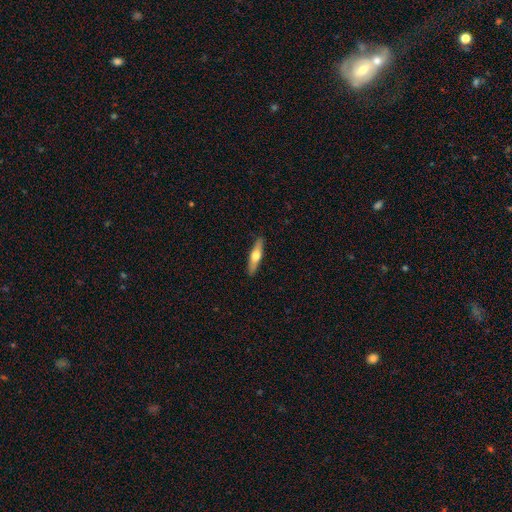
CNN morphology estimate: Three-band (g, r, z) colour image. It shows a smooth galaxy with no disk features (48%). Merging: none (89%).